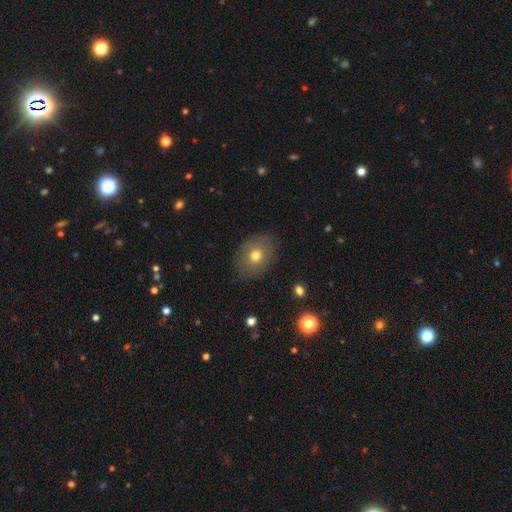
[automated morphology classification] Smooth or featured?
  - smooth: 69% *
  - featured or disk: 21%
  - star or artifact: 10%
How rounded?
  - in between: 63% *
  - round: 36%
  - cigar-shaped: 1%
Merging?
  - none: 83% *
  - minor disturbance: 12%
  - major disturbance: 4%
  - merger: 1%